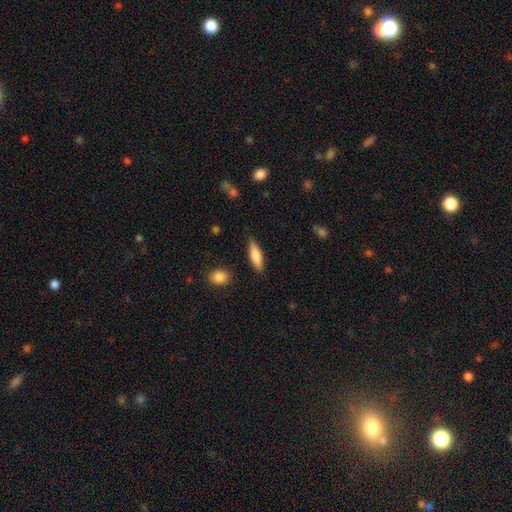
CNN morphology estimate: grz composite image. It shows a smooth galaxy with no disk features (71%) that is cigar-shaped (56%). Merging: none (84%).